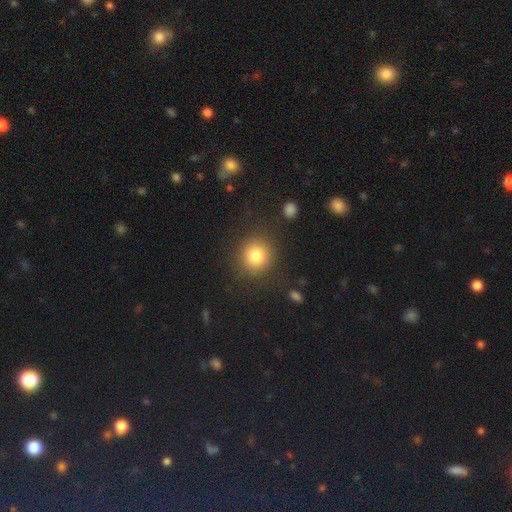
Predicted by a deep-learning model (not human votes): Smooth or featured? smooth (81%)
How rounded? round (89%)
Merging? none (87%)